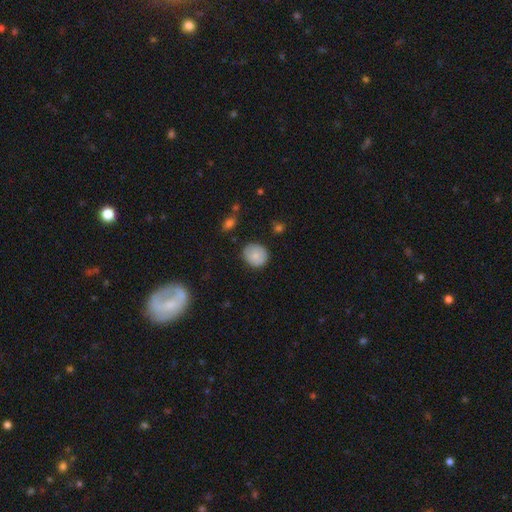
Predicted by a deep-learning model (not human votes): A smooth galaxy with no disk features (77%) that is round (77%). Merging: none (81%).